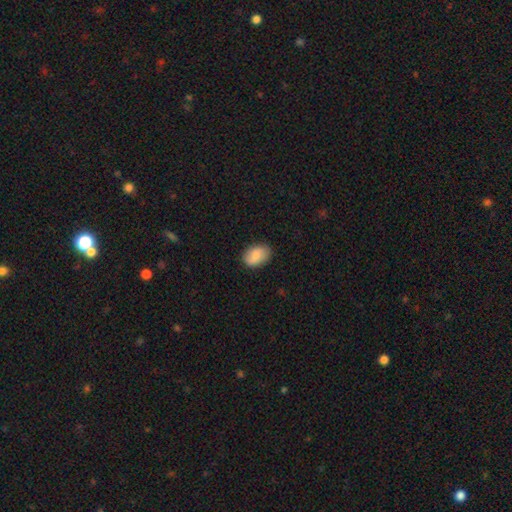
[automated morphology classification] smooth 80%, featured or disk 13%, star or artifact 7%. Down the decision tree: how rounded — in between (83%); merging — none (83%).